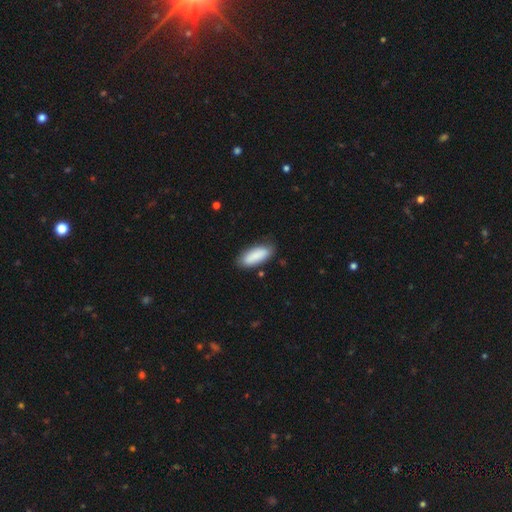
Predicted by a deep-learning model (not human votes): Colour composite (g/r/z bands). It shows a smooth galaxy with no disk features (87%) that is in between round and cigar-shaped (75%). Merging: none (79%).